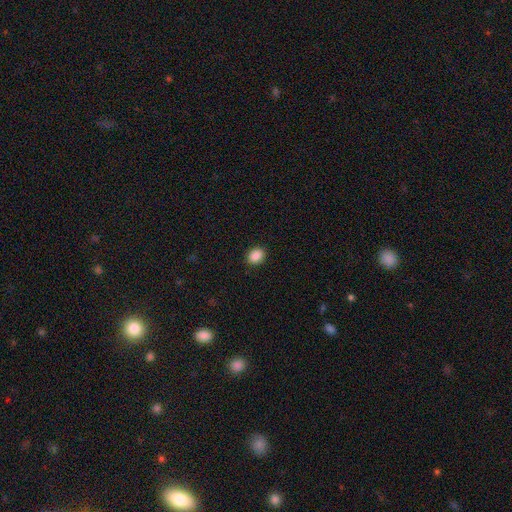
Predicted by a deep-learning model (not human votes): Smooth or featured?
  - smooth: 89% *
  - star or artifact: 9%
  - featured or disk: 3%
How rounded?
  - in between: 54% *
  - round: 45%
  - cigar-shaped: 1%
Merging?
  - none: 90% *
  - minor disturbance: 7%
  - major disturbance: 2%
  - merger: 1%